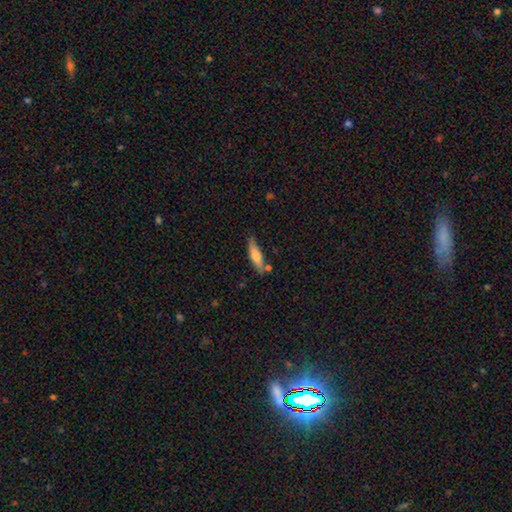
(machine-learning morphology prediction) Smooth or featured? Predicted: smooth (p=0.67). How rounded? Predicted: cigar-shaped (p=0.70). Merging? Predicted: none (p=0.73).